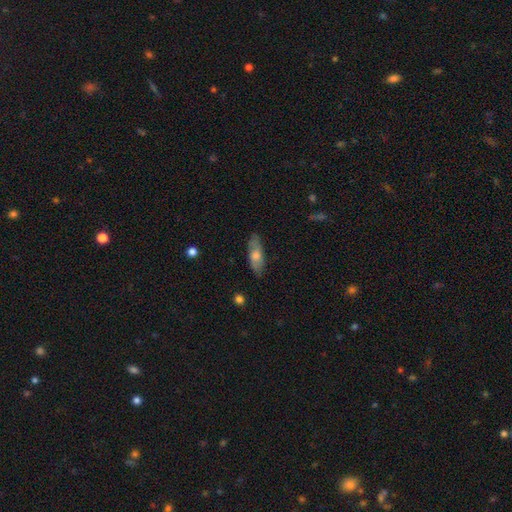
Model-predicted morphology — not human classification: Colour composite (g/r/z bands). It shows a smooth galaxy with no disk features (61%) that is in between round and cigar-shaped (60%). Merging: none (80%).